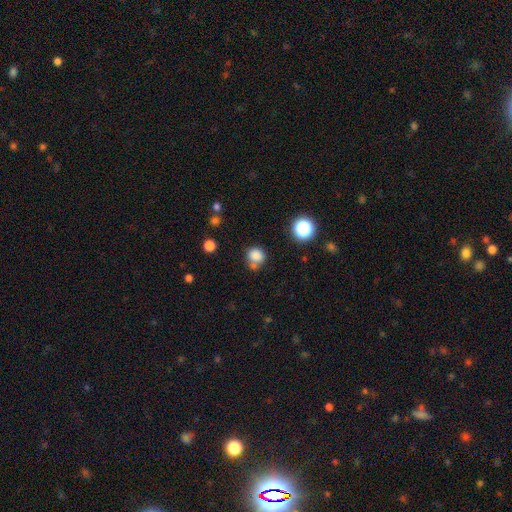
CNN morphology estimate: Smooth or featured? smooth (81%)
How rounded? round (81%)
Merging? none (58%)